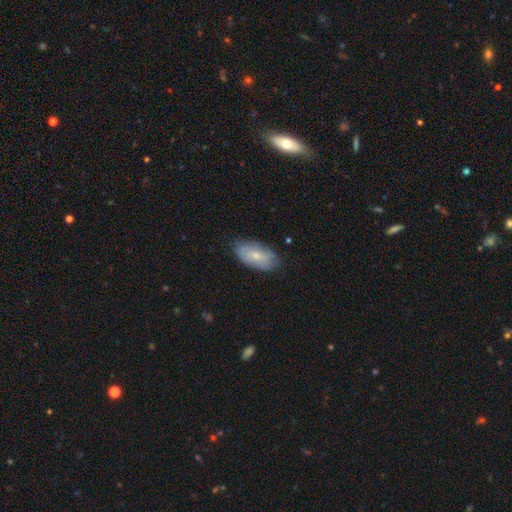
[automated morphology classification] Overall: smooth (60%; featured or disk 34%). How rounded: in between (92%). Merging: none (74%).